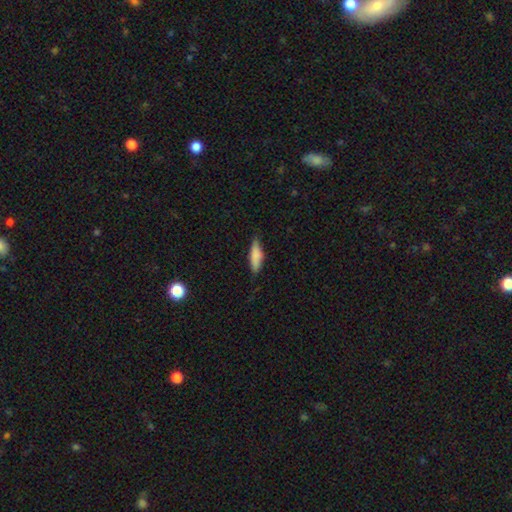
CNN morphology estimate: A smooth galaxy with no disk features (80%) that is cigar-shaped (52%). Merging: none (76%).